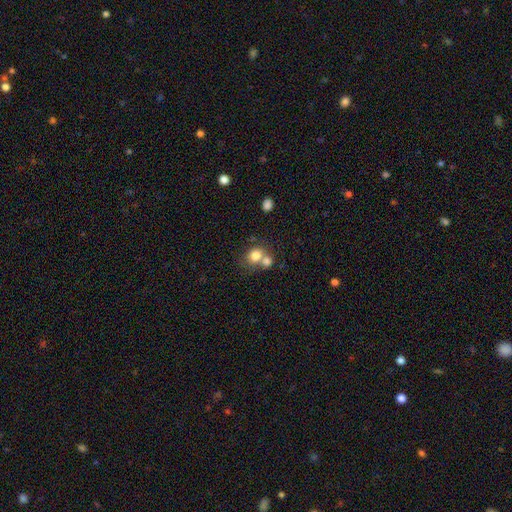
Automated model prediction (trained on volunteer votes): smooth_or_featured: smooth (p=0.78) [alt: featured or disk p=0.12]
how_rounded: round (p=0.72) [alt: in between p=0.27]
merging: merger (p=0.50) [alt: none p=0.39]